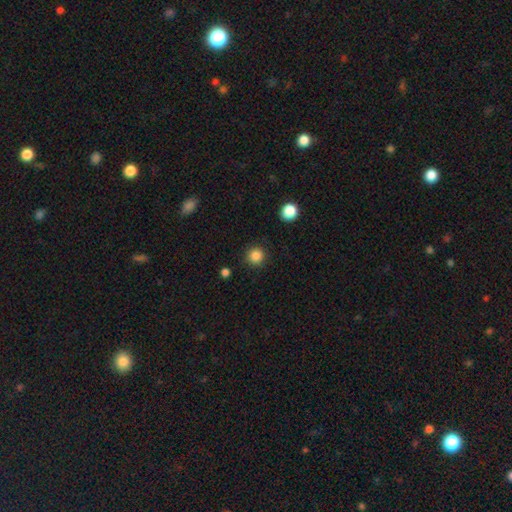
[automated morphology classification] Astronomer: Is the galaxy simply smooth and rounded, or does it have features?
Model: smooth — 85%.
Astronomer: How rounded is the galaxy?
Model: round — 95%.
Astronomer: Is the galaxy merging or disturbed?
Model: none — 90%.